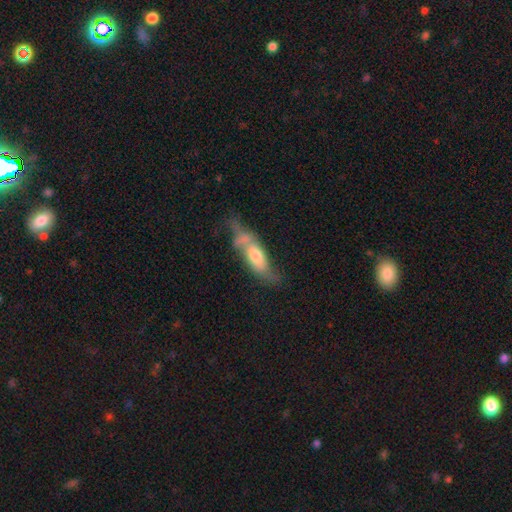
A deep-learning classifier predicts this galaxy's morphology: Overall: featured or disk (47%; smooth 46%). Merging: none (32%; minor disturbance 26%).